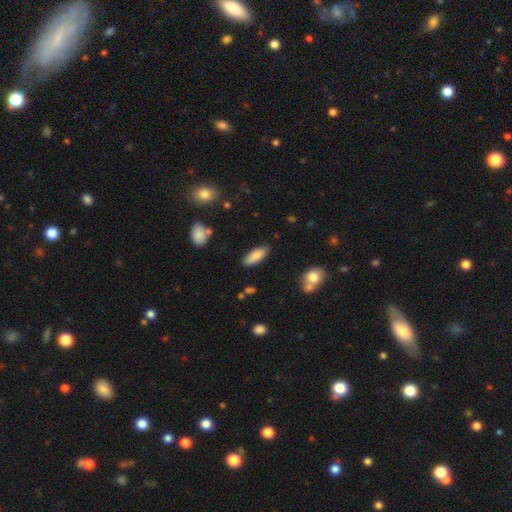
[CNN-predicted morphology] Smooth or featured? Predicted: smooth (p=0.84). How rounded? Predicted: in between (p=0.72). Merging? Predicted: none (p=0.84).